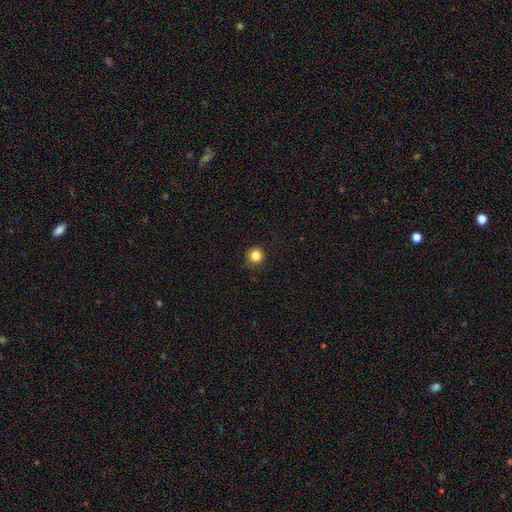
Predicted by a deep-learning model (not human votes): This is clearly a smooth galaxy (84%). How rounded: clearly round (94%). Merging: clearly none (88%).